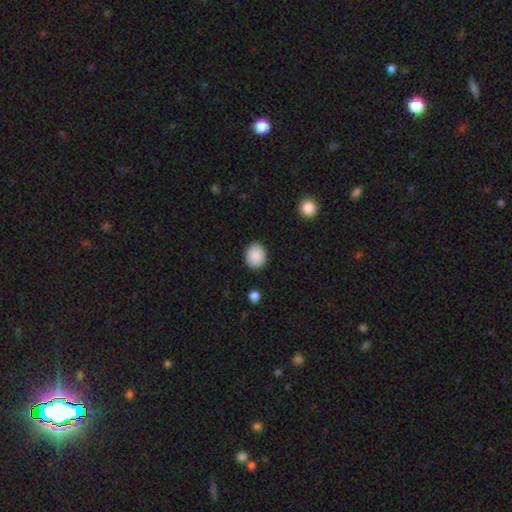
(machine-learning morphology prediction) Smooth or featured?
  - smooth: 90% *
  - star or artifact: 8%
  - featured or disk: 3%
How rounded?
  - round: 64% *
  - in between: 35%
  - cigar-shaped: 1%
Merging?
  - none: 88% *
  - minor disturbance: 8%
  - major disturbance: 2%
  - merger: 1%